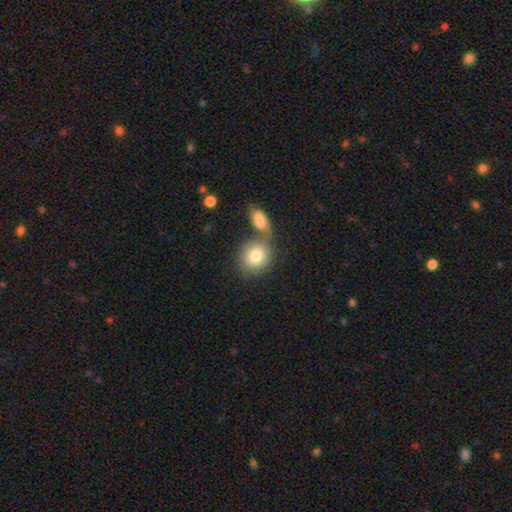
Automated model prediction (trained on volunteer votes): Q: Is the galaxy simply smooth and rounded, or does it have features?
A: smooth — 81%.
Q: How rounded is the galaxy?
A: round — 63%.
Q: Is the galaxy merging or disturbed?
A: merger — 43%.